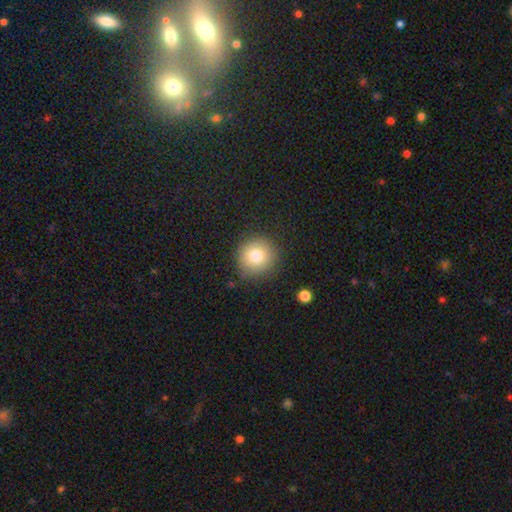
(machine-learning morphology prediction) smooth 79%, star or artifact 11%, featured or disk 10%. Down the decision tree: how rounded — round (92%); merging — none (85%).